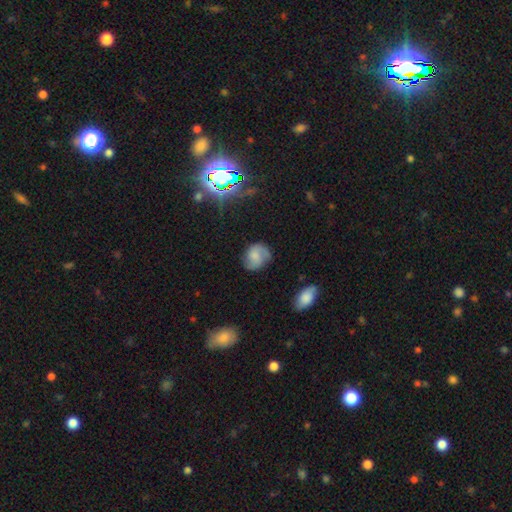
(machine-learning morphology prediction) Smooth or featured?
  - featured or disk: 47% *
  - smooth: 43%
  - star or artifact: 11%
Merging?
  - none: 69% *
  - minor disturbance: 21%
  - major disturbance: 8%
  - merger: 2%